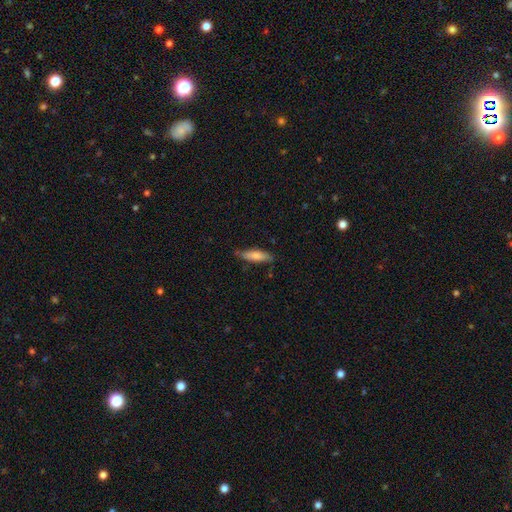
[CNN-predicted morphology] type=smooth (76%); roundness=cigar-shaped (58%); merging=none (77%).